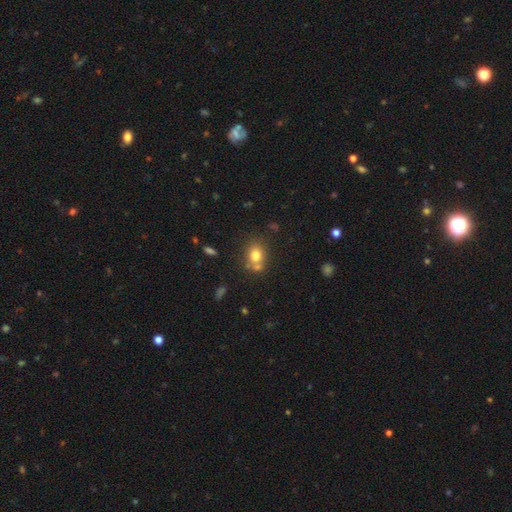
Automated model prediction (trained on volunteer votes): smooth 76%, featured or disk 12%, star or artifact 12%. Down the decision tree: how rounded — round (52%); merging — none (56%).